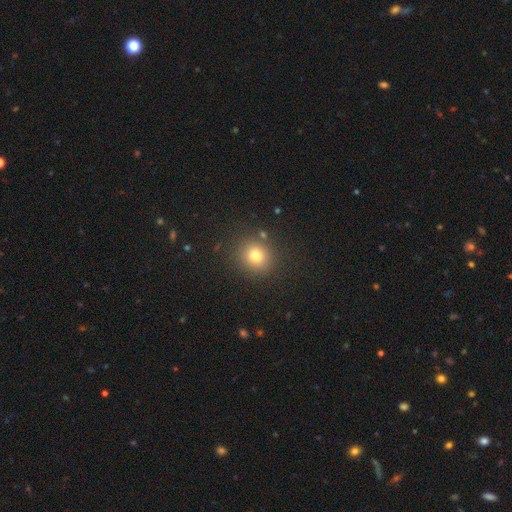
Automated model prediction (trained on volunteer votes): smooth-or-featured: smooth: 77% | star or artifact: 14% | featured or disk: 9%
  how-rounded: round: 84% | in between: 15% | cigar-shaped: 1%
  merging: none: 85% | minor disturbance: 8% | merger: 4% | major disturbance: 3%